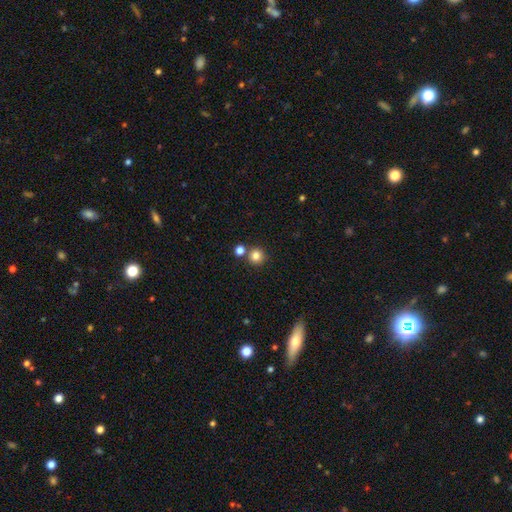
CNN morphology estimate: Overall: smooth (83%). How rounded: round (92%). Merging: none (76%).